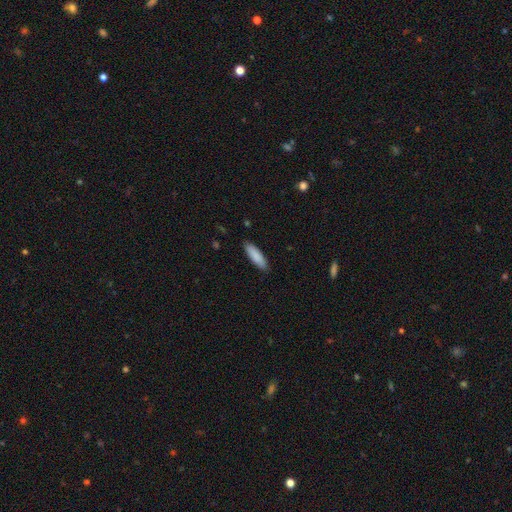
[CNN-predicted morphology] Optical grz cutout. It shows a smooth galaxy with no disk features (88%) that is cigar-shaped (55%). Merging: none (89%).